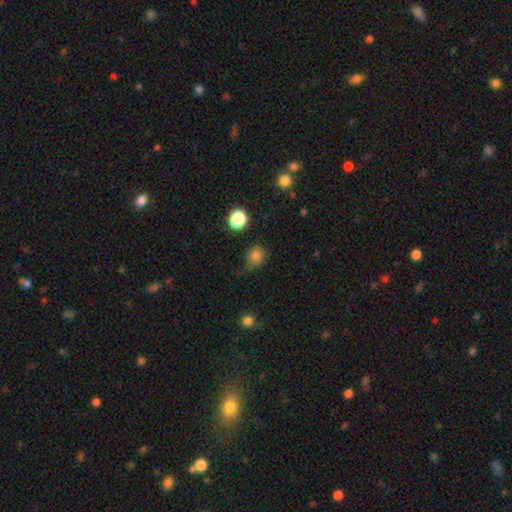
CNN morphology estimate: The model was most divided on "merging": none: 62%, minor disturbance: 29%, major disturbance: 7%, merger: 3%. More confident: smooth or featured — smooth (81%); how rounded — round (68%).